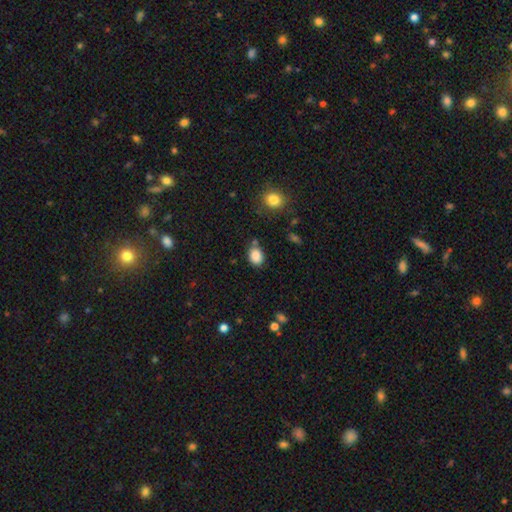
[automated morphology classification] Smooth or featured?
  - smooth: 87% *
  - star or artifact: 9%
  - featured or disk: 4%
How rounded?
  - in between: 63% *
  - round: 36%
  - cigar-shaped: 1%
Merging?
  - none: 72% *
  - minor disturbance: 17%
  - merger: 8%
  - major disturbance: 4%